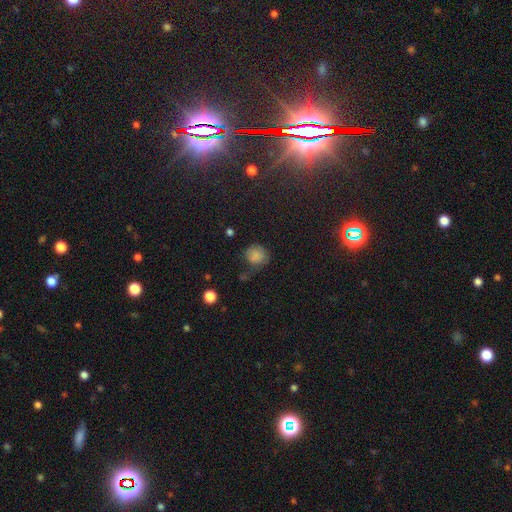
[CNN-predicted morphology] This is likely a smooth galaxy (76%). How rounded: likely round (78%). Merging: possibly none (54%).